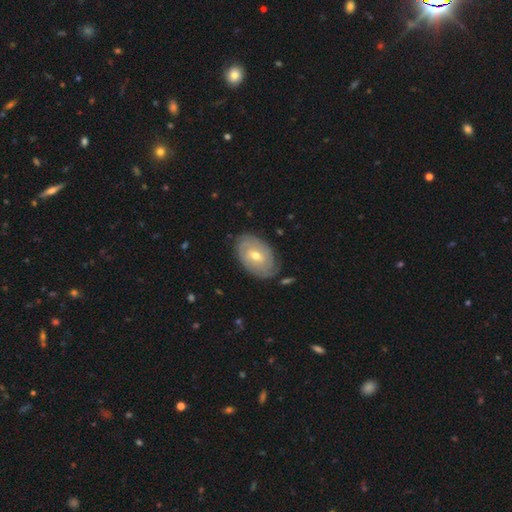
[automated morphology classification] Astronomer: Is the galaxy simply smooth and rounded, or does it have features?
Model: featured or disk — 70%.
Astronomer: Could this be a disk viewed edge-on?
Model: no — 95%.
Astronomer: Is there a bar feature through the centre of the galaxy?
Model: no — 46% (runner-up: weak, 44%).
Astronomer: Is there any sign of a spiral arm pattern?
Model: yes — 83%.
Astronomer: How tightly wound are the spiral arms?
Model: tight — 76%.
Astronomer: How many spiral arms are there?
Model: can't tell — 46% (runner-up: 2, 31%).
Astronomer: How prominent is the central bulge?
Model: moderate — 59% (runner-up: small, 37%).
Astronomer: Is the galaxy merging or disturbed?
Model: none — 81%.